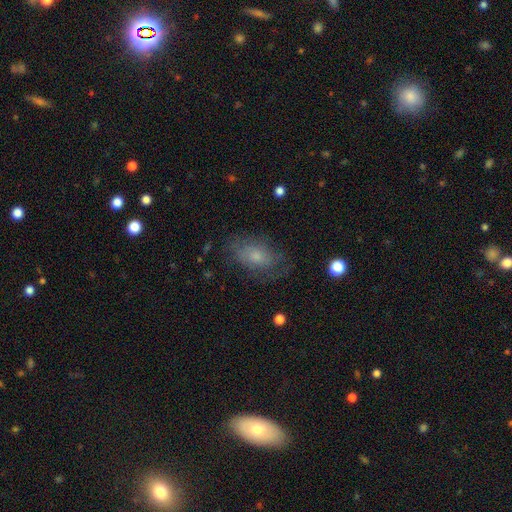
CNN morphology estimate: smooth-or-featured: smooth: 53% | featured or disk: 37% | star or artifact: 10%
  how-rounded: in between: 87% | round: 10% | cigar-shaped: 3%
  merging: none: 65% | minor disturbance: 22% | major disturbance: 12% | merger: 1%